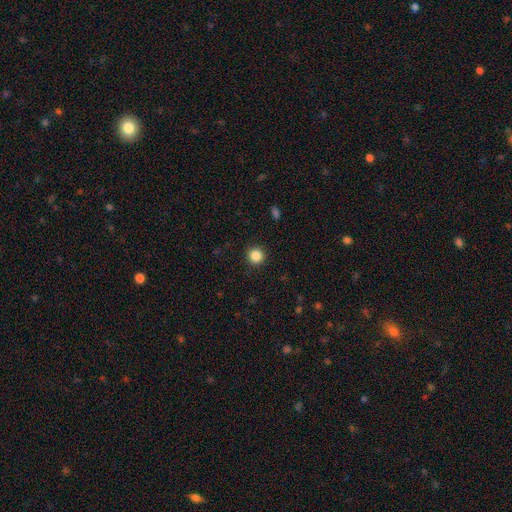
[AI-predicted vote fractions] Smooth or featured? Predicted: smooth (p=0.85). How rounded? Predicted: round (p=0.95). Merging? Predicted: none (p=0.92).